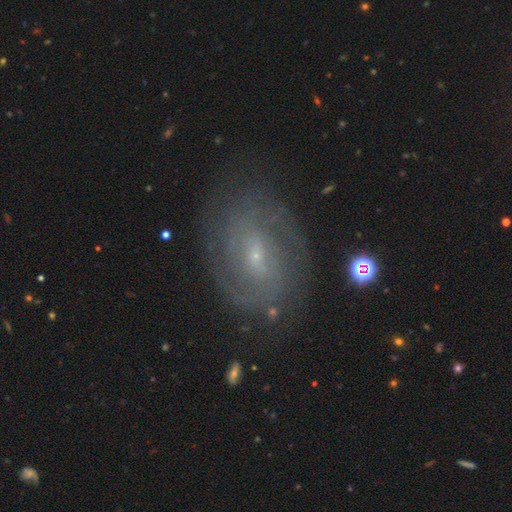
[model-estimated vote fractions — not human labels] A featured or disk galaxy (77%) with a weak bar (50%), 2 (41%) tight (57%) spiral arms (88%) and a small central bulge (76%). Merging: none (79%).